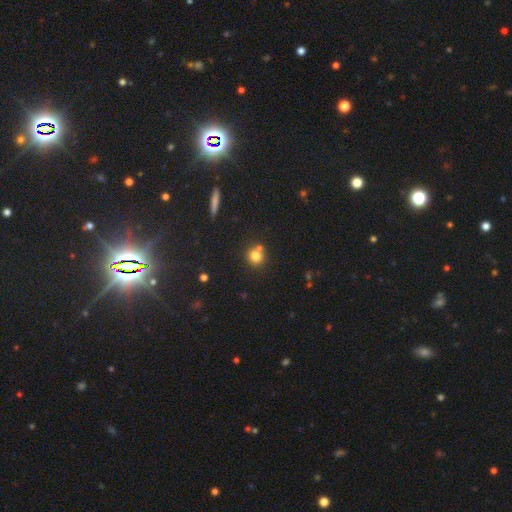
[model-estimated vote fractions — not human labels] A smooth galaxy with no disk features (77%) that is round (89%).

Vote fractions:
- Smooth or featured? smooth: 77% / star or artifact: 14% / featured or disk: 9%
- How rounded? round: 89% / in between: 10% / cigar-shaped: 1%
- Merging? none: 62% / merger: 26% / minor disturbance: 9% / major disturbance: 3%